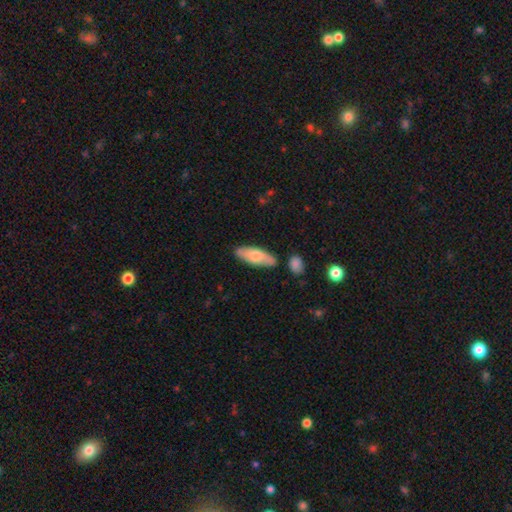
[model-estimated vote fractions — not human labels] Q: Smooth or featured?
A: smooth (68%); runner-up: featured or disk (26%)
Q: How rounded?
A: in between (65%); runner-up: cigar-shaped (33%)
Q: Merging?
A: none (79%); runner-up: minor disturbance (13%)